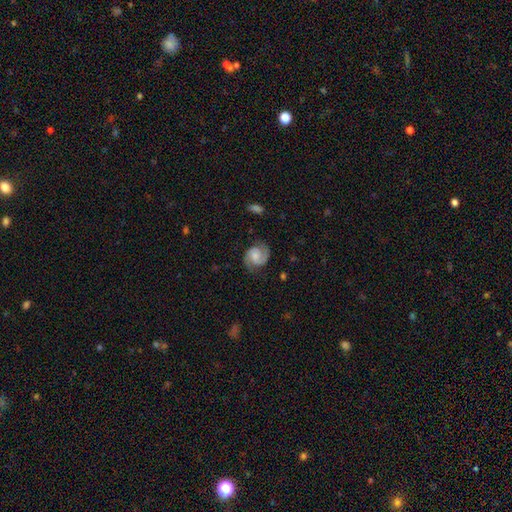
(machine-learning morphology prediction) smooth-or-featured: featured or disk: 82% | smooth: 12% | star or artifact: 6%
  disk-edge-on: no: 98% | yes: 2%
    bar: no: 60% | weak: 34% | strong: 6%
    has-spiral-arms: yes: 97% | no: 3%
      spiral-winding: medium: 49% | tight: 37% | loose: 13%
      spiral-arm-count: 2: 92% | can't tell: 3% | 1: 2% | 3: 1% | 4: 1% | more than 4: 1%
    bulge-size: moderate: 39% | small: 33% | none: 19% | large: 8% | dominant: 2%
  merging: none: 79% | minor disturbance: 15% | major disturbance: 5% | merger: 1%